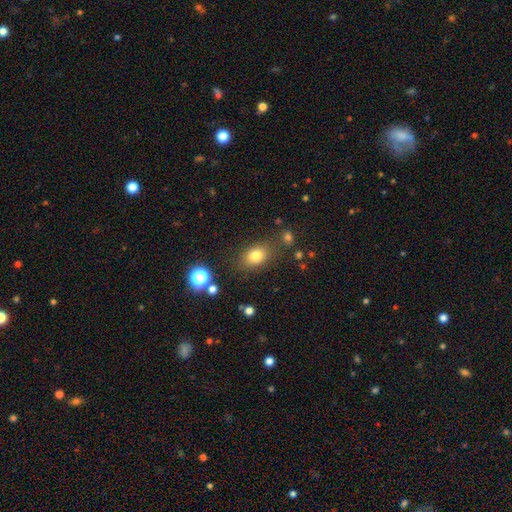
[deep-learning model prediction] Smooth or featured?
  - smooth: 78% *
  - star or artifact: 12%
  - featured or disk: 9%
How rounded?
  - in between: 72% *
  - round: 26%
  - cigar-shaped: 2%
Merging?
  - none: 79% *
  - minor disturbance: 13%
  - major disturbance: 5%
  - merger: 4%